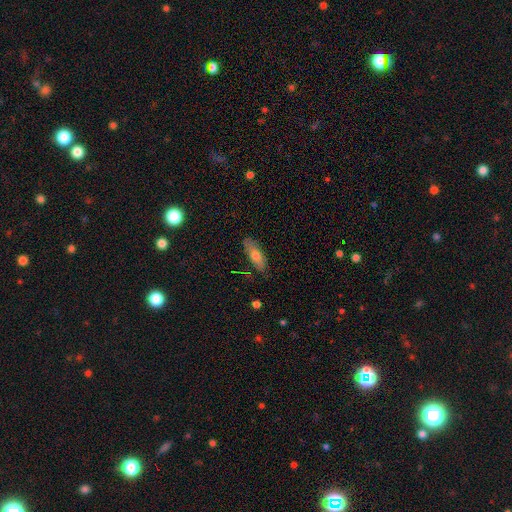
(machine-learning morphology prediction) The model was most divided on "how rounded": in between: 63%, cigar-shaped: 34%, round: 2%. More confident: merging — none (78%); smooth or featured — smooth (68%).